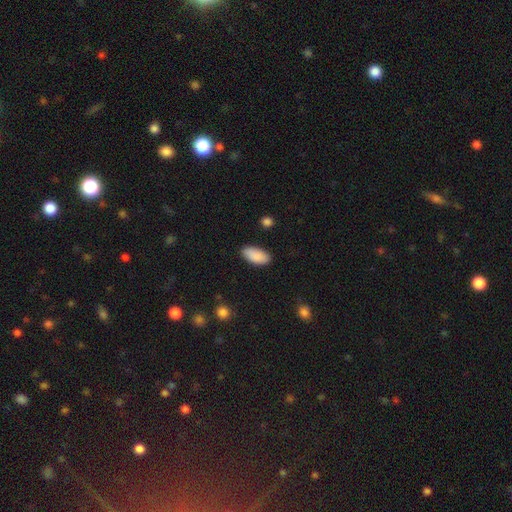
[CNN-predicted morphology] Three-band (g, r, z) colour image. It shows a smooth galaxy with no disk features (90%) that is in between round and cigar-shaped (91%). Merging: none (87%).